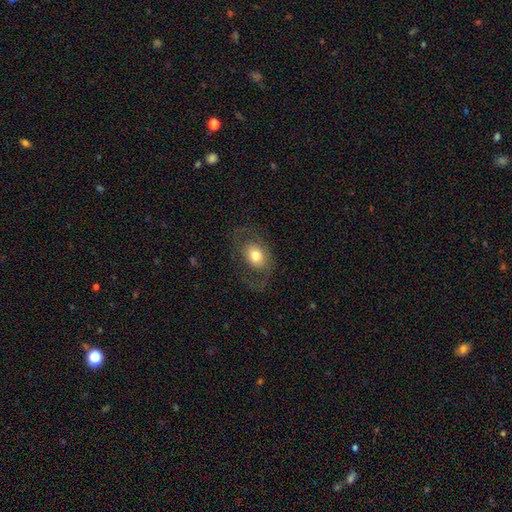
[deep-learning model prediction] Smooth or featured? smooth (53%)
How rounded? in between (67%)
Merging? none (65%)